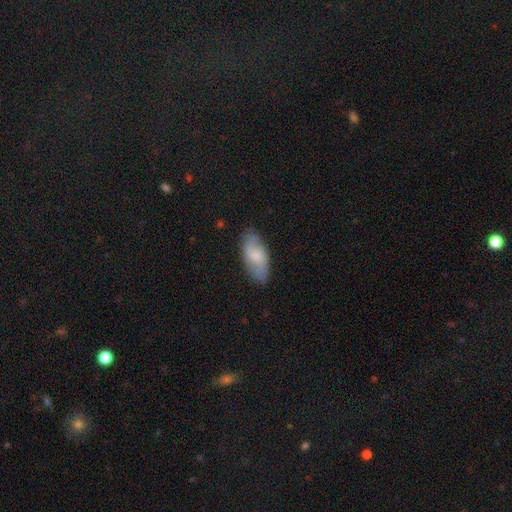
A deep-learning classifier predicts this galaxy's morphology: The model was most divided on "smooth or featured": smooth: 60%, featured or disk: 34%, star or artifact: 6%. More confident: how rounded — in between (89%); merging — none (78%).